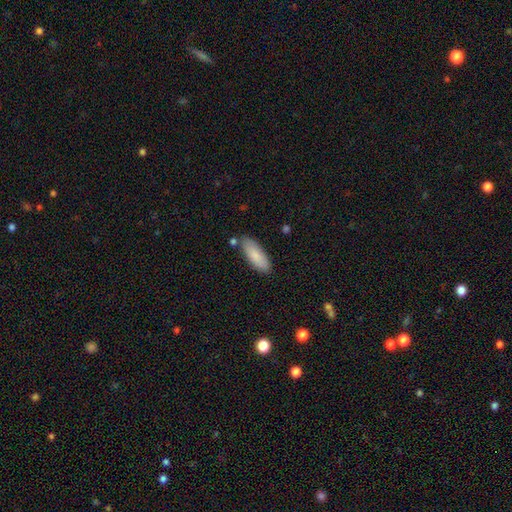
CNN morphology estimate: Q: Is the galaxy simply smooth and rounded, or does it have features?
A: smooth — 86%.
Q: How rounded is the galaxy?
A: in between — 66%.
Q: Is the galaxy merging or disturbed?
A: none — 80%.